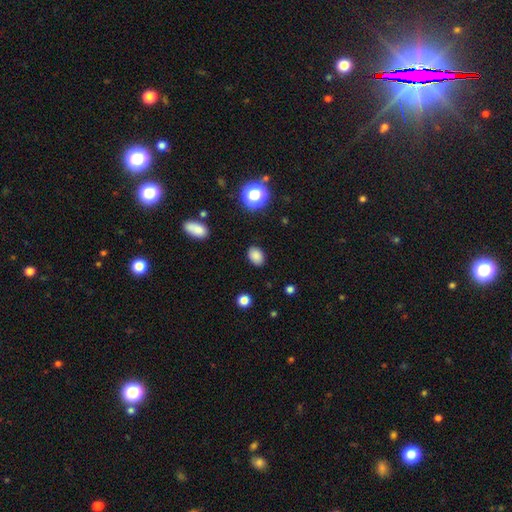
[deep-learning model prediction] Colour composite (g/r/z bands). It shows a smooth galaxy with no disk features (85%) that is in between round and cigar-shaped (75%). Merging: none (86%).